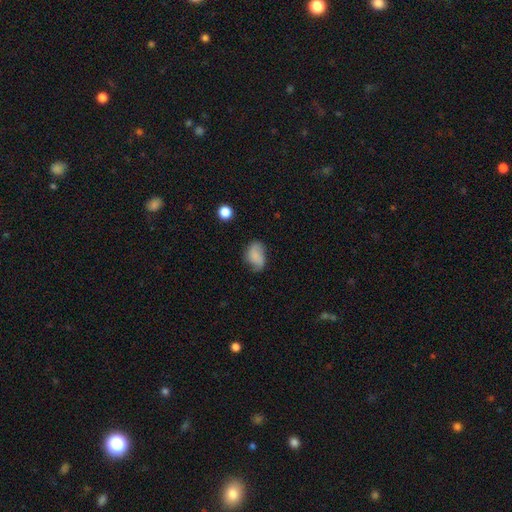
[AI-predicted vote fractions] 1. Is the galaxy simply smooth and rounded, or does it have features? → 68% smooth, 22% featured or disk, 10% star or artifact.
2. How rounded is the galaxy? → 82% in between, 17% round, 2% cigar-shaped.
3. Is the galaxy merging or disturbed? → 51% none, 34% minor disturbance, 13% major disturbance, 2% merger.